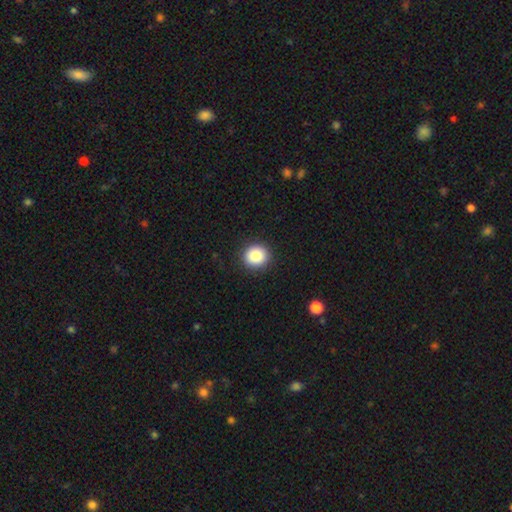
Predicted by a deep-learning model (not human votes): A smooth galaxy with no disk features (87%) that is round (88%).

Vote fractions:
- Smooth or featured? smooth: 87% / star or artifact: 9% / featured or disk: 4%
- How rounded? round: 88% / in between: 11% / cigar-shaped: 1%
- Merging? none: 91% / minor disturbance: 6% / major disturbance: 2% / merger: 1%